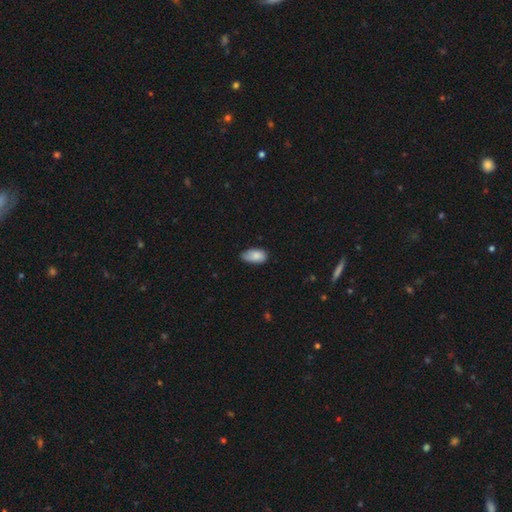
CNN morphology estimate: smooth-or-featured: smooth: 84% | featured or disk: 9% | star or artifact: 7%
  how-rounded: in between: 94% | round: 4% | cigar-shaped: 3%
  merging: none: 60% | minor disturbance: 34% | major disturbance: 5% | merger: 1%